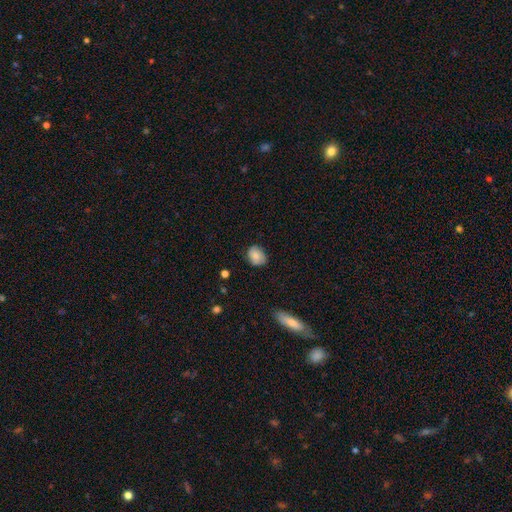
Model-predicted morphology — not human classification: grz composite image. It shows a smooth galaxy with no disk features (67%) that is in between round and cigar-shaped (54%). Merging: none (71%).